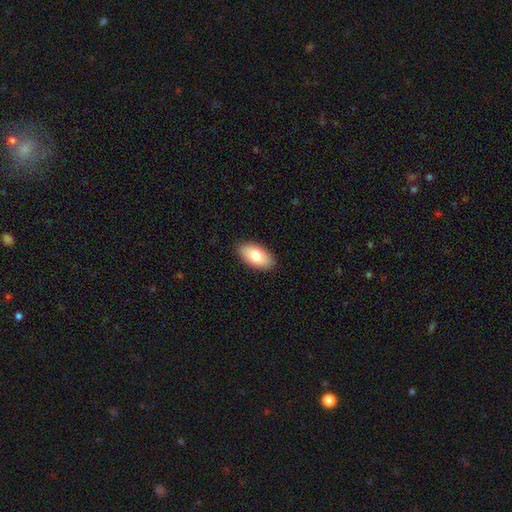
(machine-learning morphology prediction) smooth 80%, featured or disk 14%, star or artifact 6%. Down the decision tree: how rounded — in between (95%); merging — none (89%).